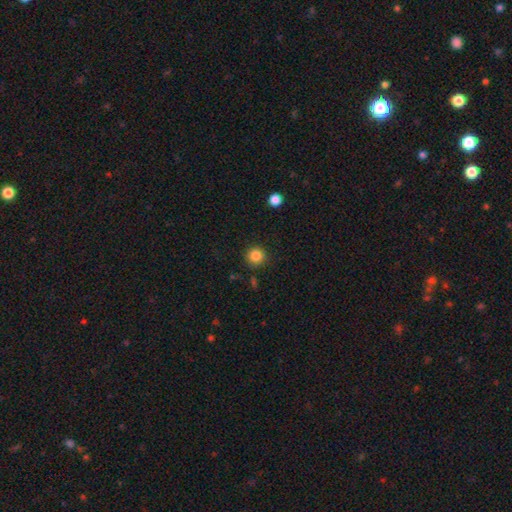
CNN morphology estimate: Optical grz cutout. It shows a smooth galaxy with no disk features (85%) that is round (94%). Merging: none (89%).